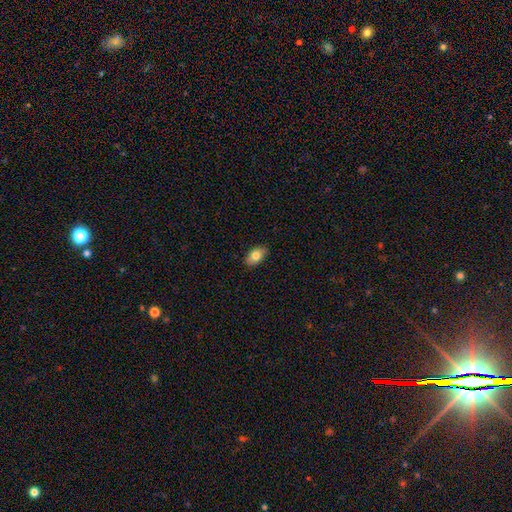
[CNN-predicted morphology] This is clearly a smooth galaxy (81%). How rounded: clearly in between (91%). Merging: clearly none (88%).